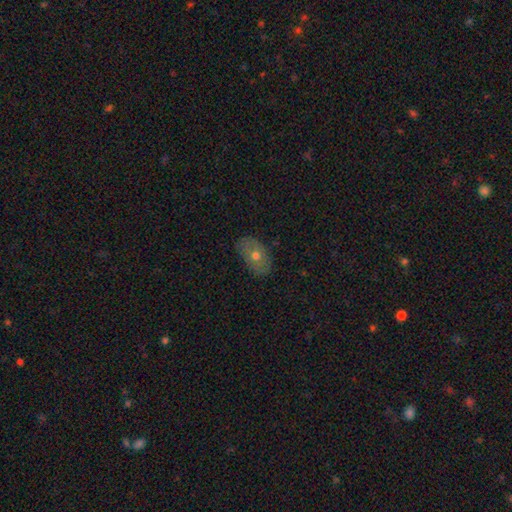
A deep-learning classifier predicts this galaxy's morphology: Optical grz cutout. It shows a smooth galaxy with no disk features (58%) that is in between round and cigar-shaped (87%). Merging: none (81%).